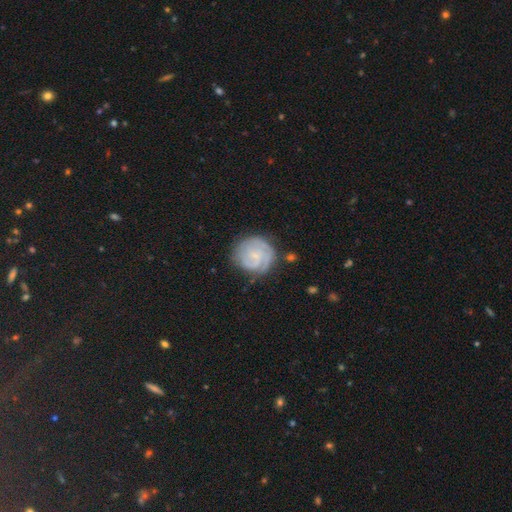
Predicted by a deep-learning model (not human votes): Morphology: type=featured or disk (80%); edge-on=no (98%); bar=no (60%); spiral arms=yes (96%); winding=tight (71%); arm count=2 (35%); bulge=small (68%); merging=none (76%).